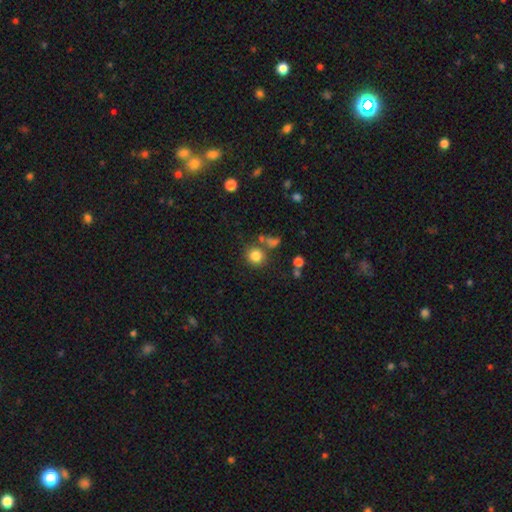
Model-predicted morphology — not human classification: smooth_or_featured: smooth (p=0.82) [alt: star or artifact p=0.12]
how_rounded: round (p=0.87) [alt: in between p=0.12]
merging: none (p=0.74) [alt: merger p=0.11]